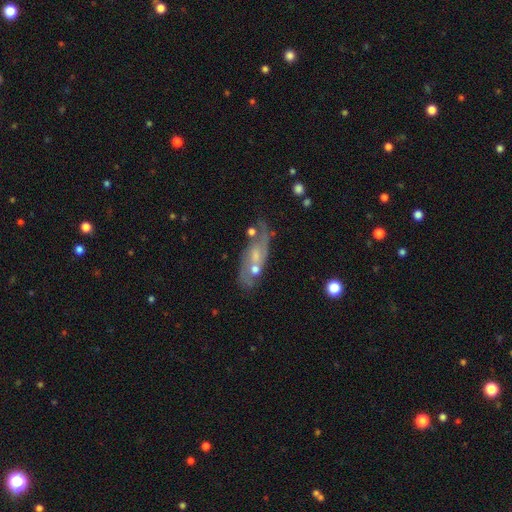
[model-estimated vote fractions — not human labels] This appears to be a featured or disk galaxy (70%) with no bar (59%), spiral arms (73%) and a small central bulge (46%). Merging: none (53%).